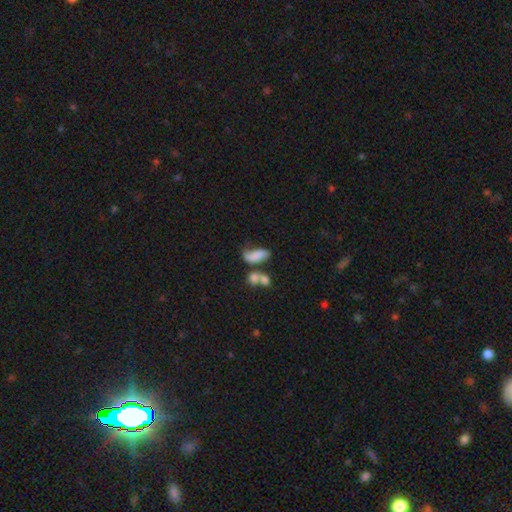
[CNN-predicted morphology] smooth_or_featured: smooth (p=0.70) [alt: featured or disk p=0.20]
how_rounded: in between (p=0.82) [alt: cigar-shaped p=0.13]
merging: merger (p=0.36) [alt: none p=0.28]